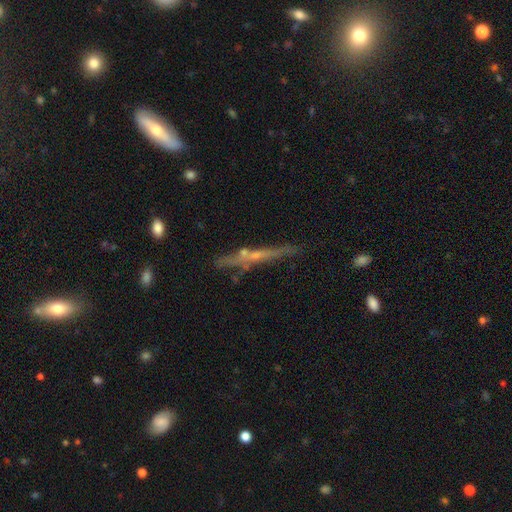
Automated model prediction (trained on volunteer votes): This appears to be a featured or disk galaxy (61%) viewed edge-on (92%) with no central bulge (59%). Merging: none (72%).